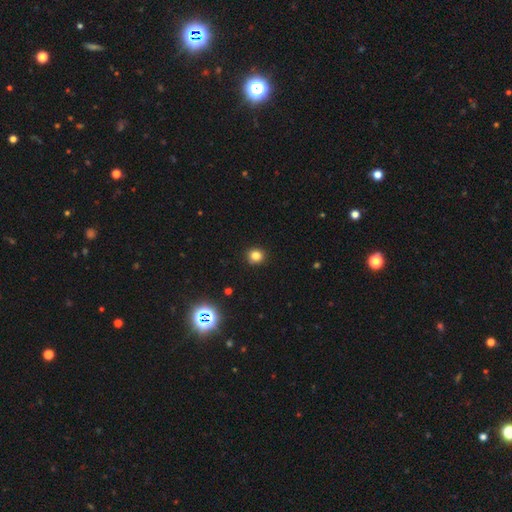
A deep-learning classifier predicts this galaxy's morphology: type=smooth (80%); roundness=round (89%); merging=none (91%).